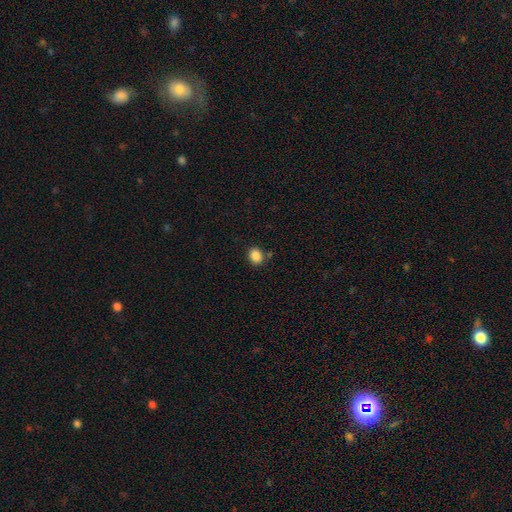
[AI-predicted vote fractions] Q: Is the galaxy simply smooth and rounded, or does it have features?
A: smooth — 87%.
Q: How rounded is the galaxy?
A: in between — 52%.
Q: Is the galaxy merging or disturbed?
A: none — 82%.